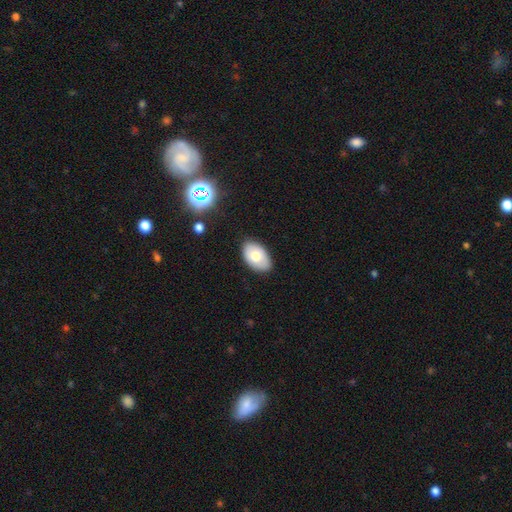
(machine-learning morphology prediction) This is likely a smooth galaxy (68%). How rounded: clearly in between (91%). Merging: clearly none (84%).